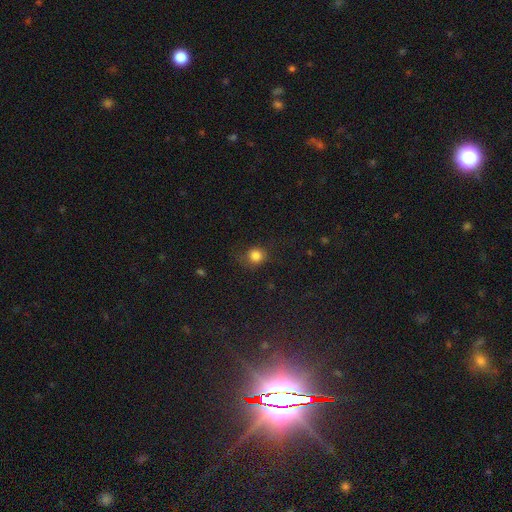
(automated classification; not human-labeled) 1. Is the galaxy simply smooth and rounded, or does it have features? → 82% smooth, 12% star or artifact, 6% featured or disk.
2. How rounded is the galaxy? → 84% round, 15% in between, 1% cigar-shaped.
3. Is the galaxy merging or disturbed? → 68% none, 20% minor disturbance, 10% major disturbance, 2% merger.